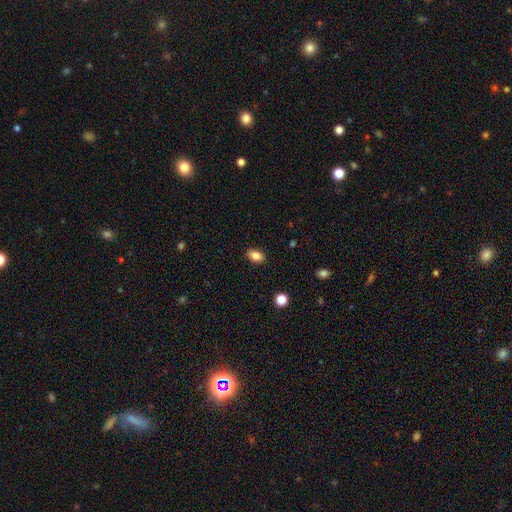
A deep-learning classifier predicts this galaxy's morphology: A smooth galaxy with no disk features (84%) that is in between round and cigar-shaped (84%). Merging: none (88%).